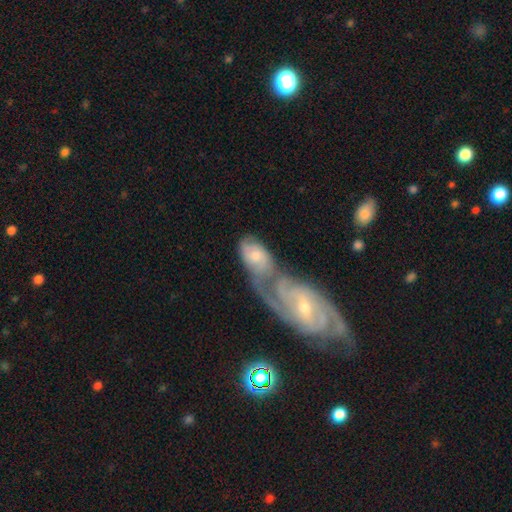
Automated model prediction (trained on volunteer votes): Overall: featured or disk (53%; smooth 41%). Edge-on disk: no (95%). Bar: no (68%). Spiral arms: yes (83%). Bulge size: small (43%; moderate 39%). Merging: merger (66%).